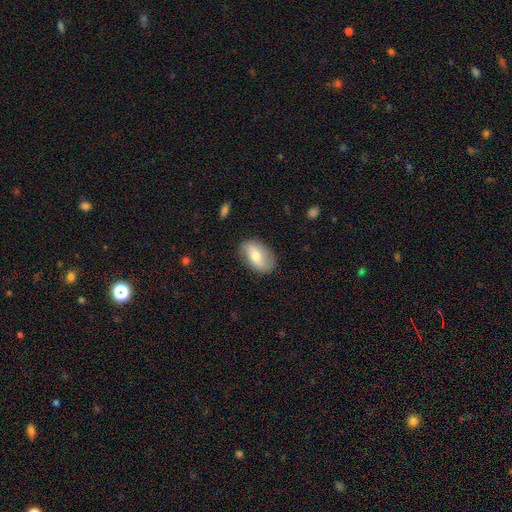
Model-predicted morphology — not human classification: The model was most divided on "smooth or featured": smooth: 63%, featured or disk: 31%, star or artifact: 6%. More confident: how rounded — in between (90%); merging — none (79%).